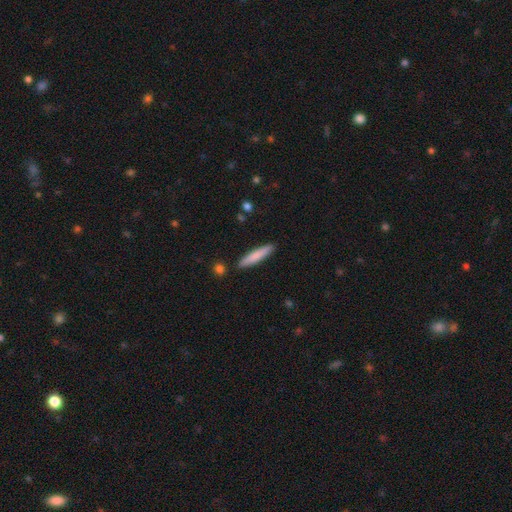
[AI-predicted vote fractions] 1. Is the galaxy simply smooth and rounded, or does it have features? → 79% smooth, 16% featured or disk, 5% star or artifact.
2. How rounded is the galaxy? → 89% cigar-shaped, 10% in between, 1% round.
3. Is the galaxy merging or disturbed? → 89% none, 8% minor disturbance, 2% merger, 2% major disturbance.